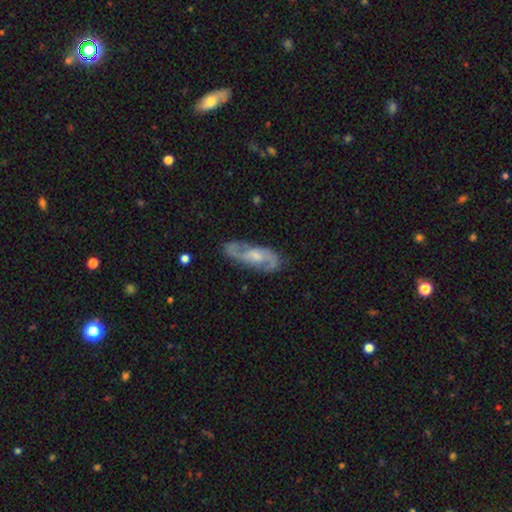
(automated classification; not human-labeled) Morphology: type=featured or disk (80%); edge-on=no (90%); bar=no (48%); spiral arms=yes (94%); winding=medium (52%); arm count=2 (88%); bulge=moderate (48%); merging=none (78%).